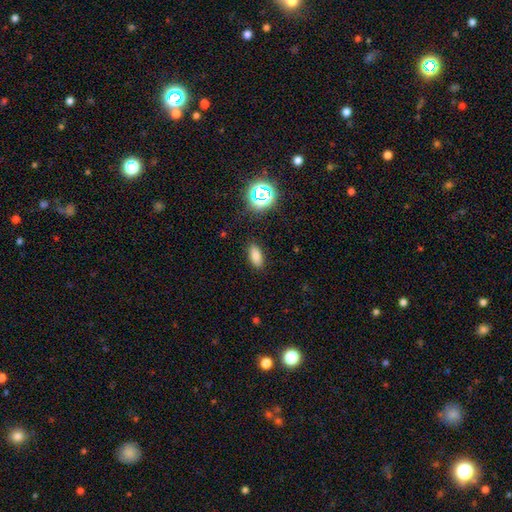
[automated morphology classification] This appears to be a smooth galaxy with no disk features (78%) that is in between round and cigar-shaped (87%). Merging: none (87%).